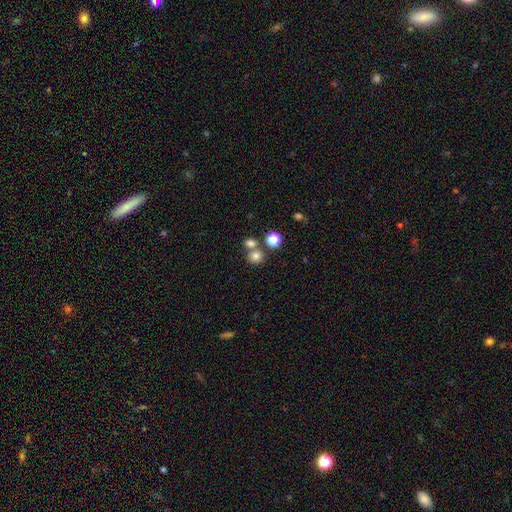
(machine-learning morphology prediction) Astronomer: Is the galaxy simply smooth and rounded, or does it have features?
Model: smooth — 76%.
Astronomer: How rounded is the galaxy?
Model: round — 84%.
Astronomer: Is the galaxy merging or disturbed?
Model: none — 59%.